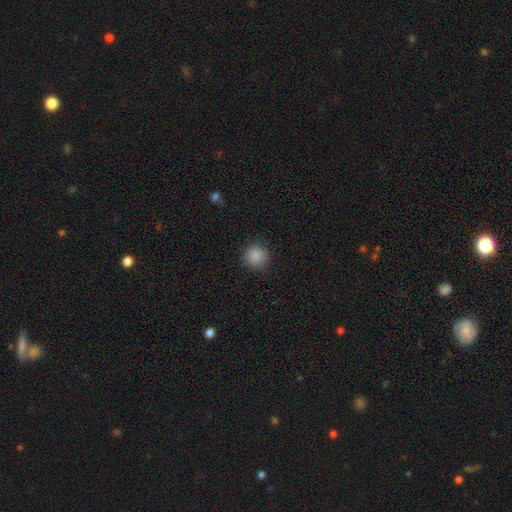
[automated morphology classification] Overall: smooth (88%). How rounded: round (93%). Merging: none (89%).